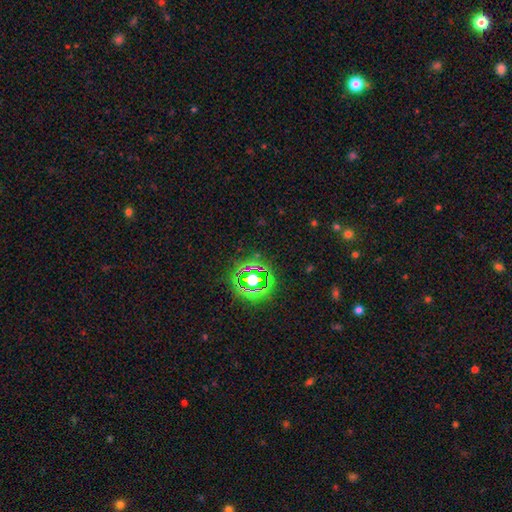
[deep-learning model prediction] Smooth or featured? Predicted: star or artifact (p=0.80).